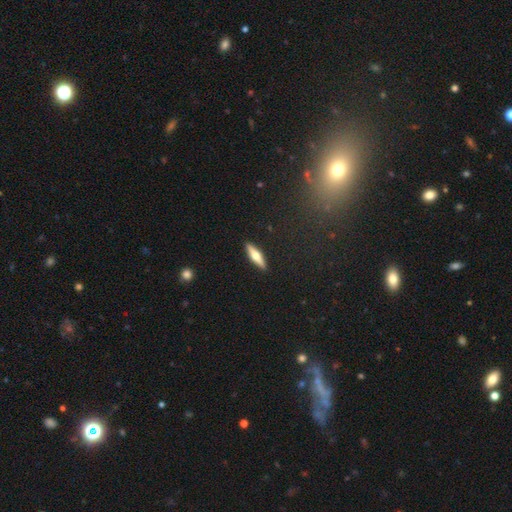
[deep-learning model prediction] This is possibly a featured or disk galaxy (52%). It is clearly viewed edge-on (95%). Merging: clearly none (91%).